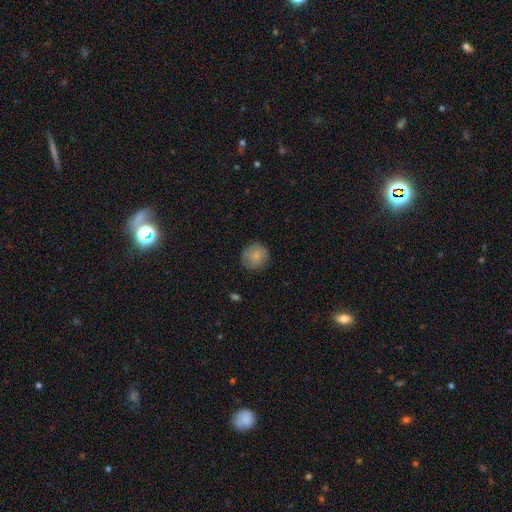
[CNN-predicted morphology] Q: Smooth or featured?
A: smooth (82%); runner-up: featured or disk (11%)
Q: How rounded?
A: round (90%); runner-up: in between (9%)
Q: Merging?
A: none (82%); runner-up: minor disturbance (14%)